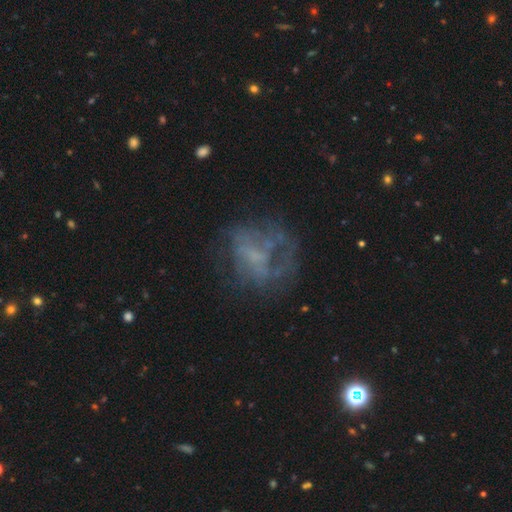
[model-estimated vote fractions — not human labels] A featured or disk galaxy (58%) with no bar (71%), no spiral arms (65%) and no central bulge (57%). Merging: none (47%).